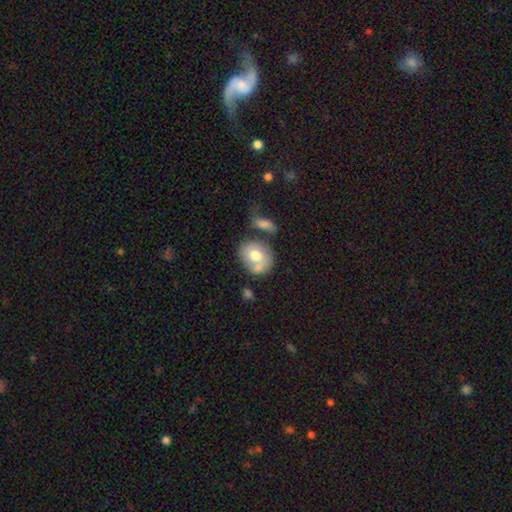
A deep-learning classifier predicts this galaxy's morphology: Q: Smooth or featured?
A: smooth (66%); runner-up: featured or disk (27%)
Q: How rounded?
A: round (54%); runner-up: in between (45%)
Q: Merging?
A: none (43%); runner-up: merger (32%)